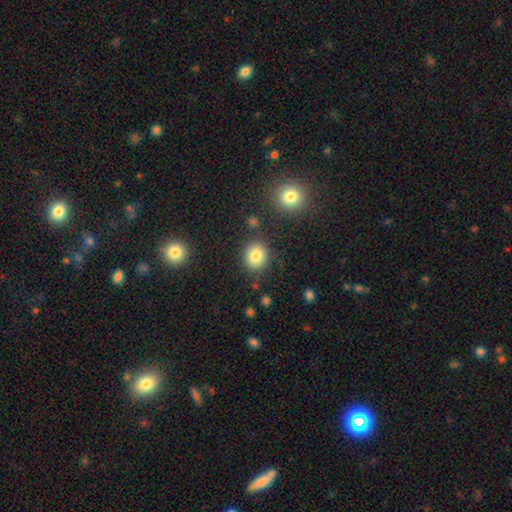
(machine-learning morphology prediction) This is clearly a smooth galaxy (83%). How rounded: likely round (76%). Merging: clearly none (84%).